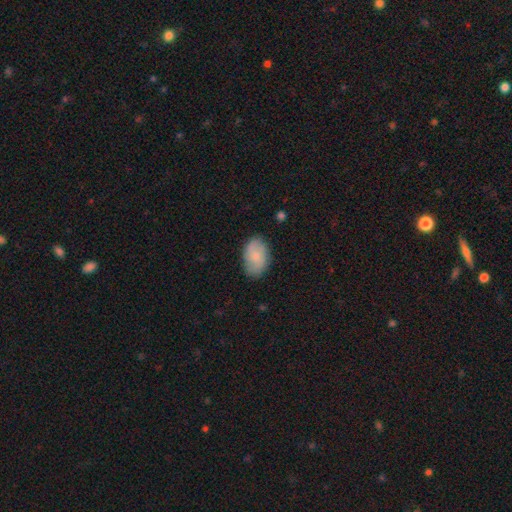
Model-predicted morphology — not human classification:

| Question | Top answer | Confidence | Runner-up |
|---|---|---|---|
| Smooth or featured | smooth | 70% | featured or disk (23%) |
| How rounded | in between | 89% | round (10%) |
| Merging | none | 81% | minor disturbance (15%) |